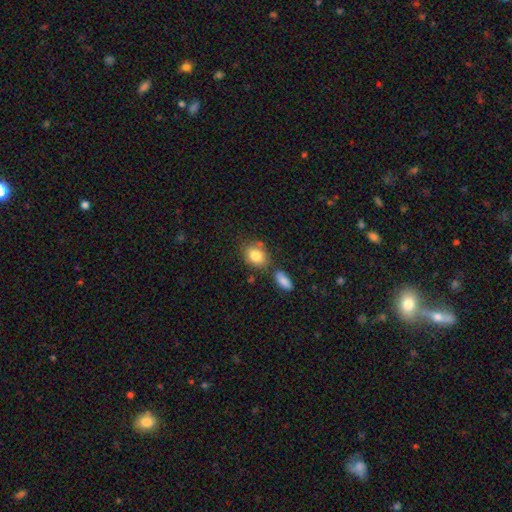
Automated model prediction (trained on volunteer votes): smooth 82%, featured or disk 11%, star or artifact 8%. Down the decision tree: how rounded — in between (67%); merging — none (64%).